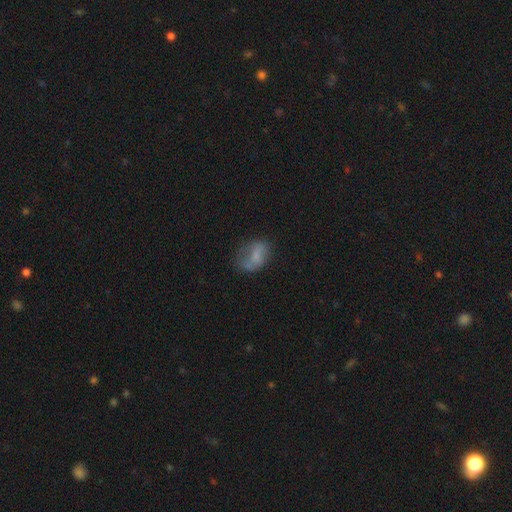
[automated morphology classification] This appears to be a smooth galaxy with no disk features (62%) that is in between round and cigar-shaped (77%). Merging: none (46%).